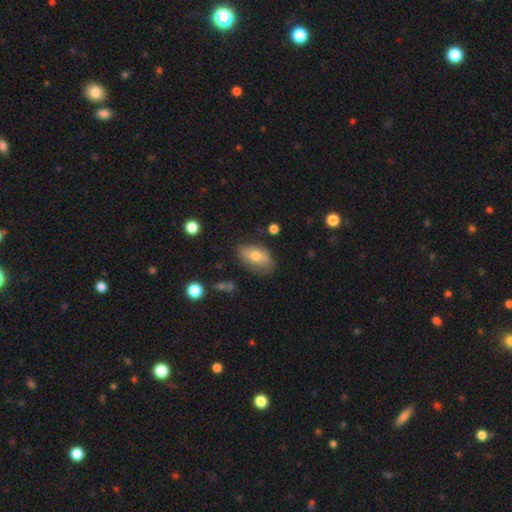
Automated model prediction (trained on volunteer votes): The model was most divided on "merging": none: 63%, minor disturbance: 27%, major disturbance: 8%, merger: 3%. More confident: how rounded — in between (90%); smooth or featured — smooth (69%).